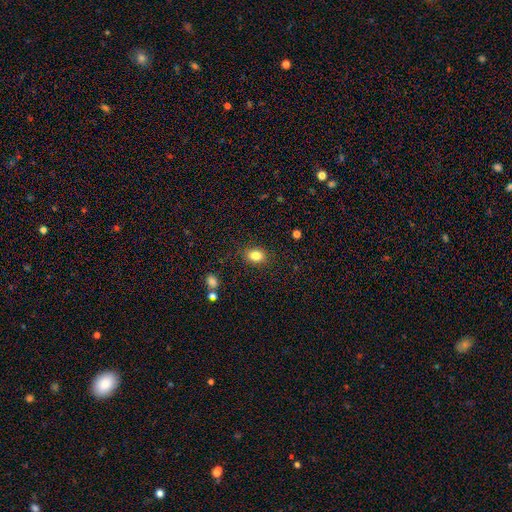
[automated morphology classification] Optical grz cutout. It shows a smooth galaxy with no disk features (83%) that is in between round and cigar-shaped (64%). Merging: none (85%).